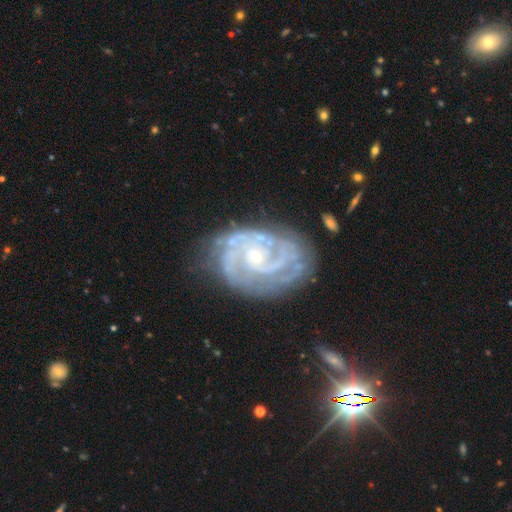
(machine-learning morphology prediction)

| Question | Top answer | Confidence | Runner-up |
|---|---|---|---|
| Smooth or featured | featured or disk | 90% | star or artifact (5%) |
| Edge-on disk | no | 98% | yes (2%) |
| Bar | no | 70% | weak (24%) |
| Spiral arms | yes | 98% | no (2%) |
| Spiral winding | tight | 65% | medium (31%) |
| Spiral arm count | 2 | 43% | 3 (24%) |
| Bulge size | small | 75% | moderate (22%) |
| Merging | none | 68% | minor disturbance (21%) |